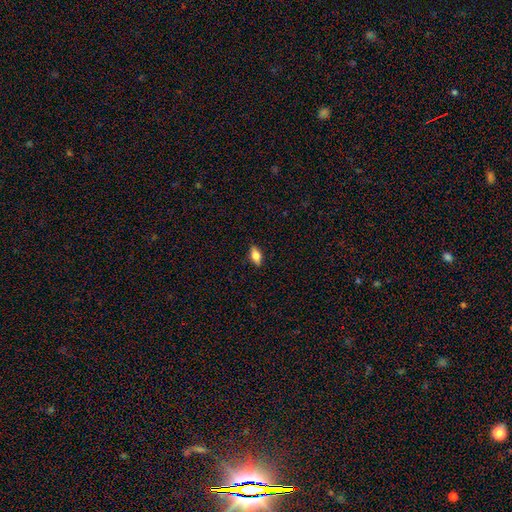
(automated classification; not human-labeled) Q: Smooth or featured?
A: smooth (70%); runner-up: featured or disk (22%)
Q: How rounded?
A: in between (84%); runner-up: cigar-shaped (11%)
Q: Merging?
A: none (87%); runner-up: minor disturbance (10%)